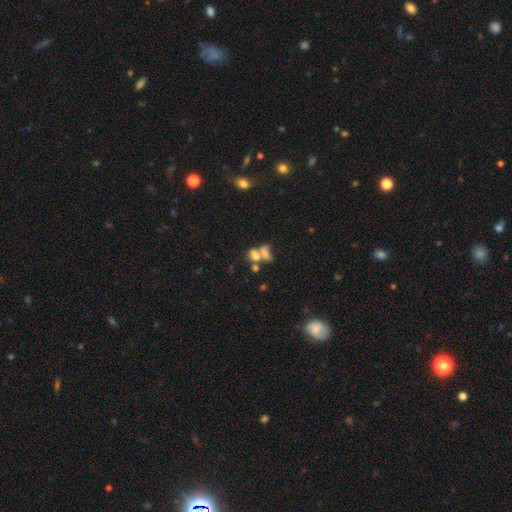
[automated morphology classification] A smooth galaxy with no disk features (65%) that is in between round and cigar-shaped (69%). Merging: merger (59%).